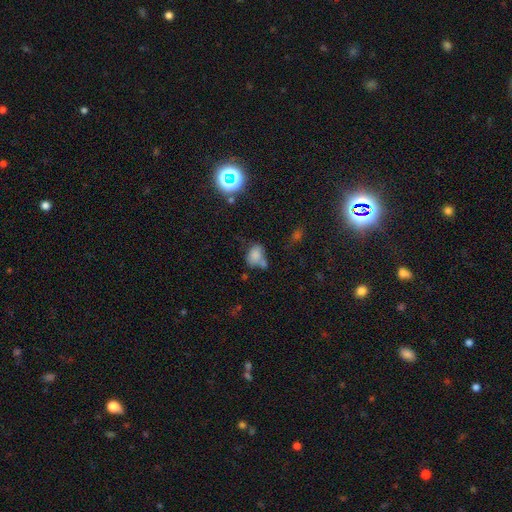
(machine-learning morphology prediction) Overall: smooth (72%). How rounded: in between (67%; round 31%). Merging: none (34%; merger 31%).